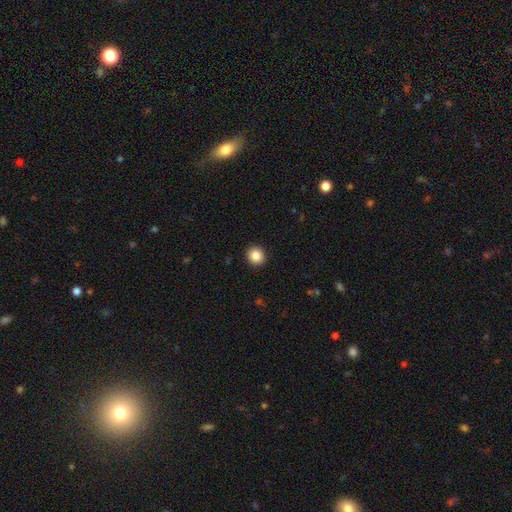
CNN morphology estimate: A smooth galaxy with no disk features (86%) that is round (89%). Merging: none (93%).